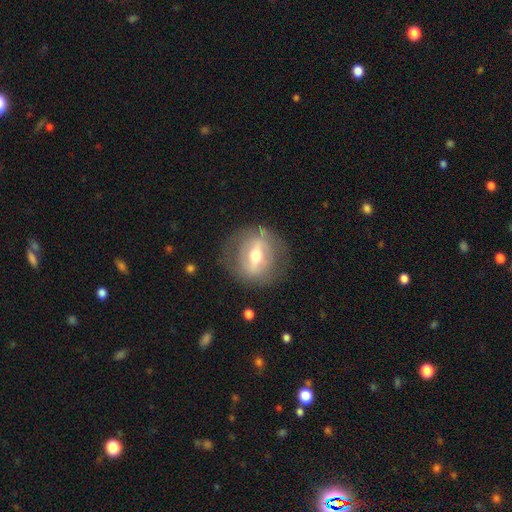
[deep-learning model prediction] This is likely a featured or disk galaxy (69%). It is likely not viewed edge-on (74%). Bar: likely strong (65%). Spiral arm pattern: likely no (76%). Central bulge: likely moderate (72%). Merging: likely none (79%).